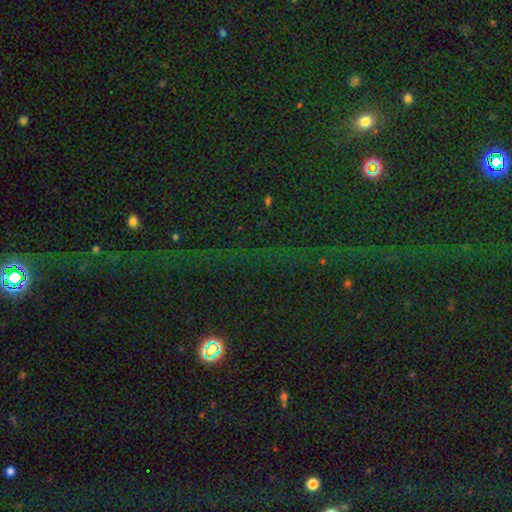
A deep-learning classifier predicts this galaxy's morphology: A star or artifact, not a galaxy (75%).